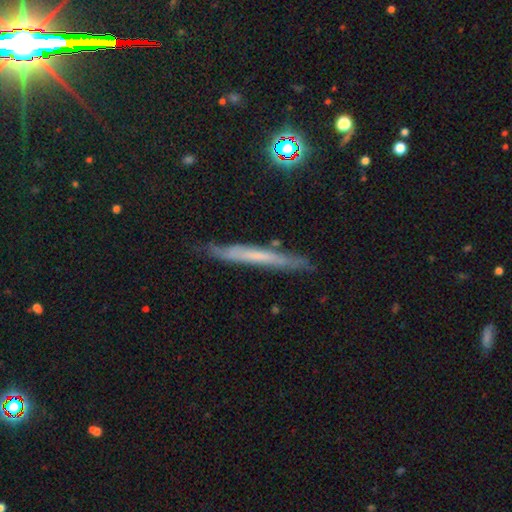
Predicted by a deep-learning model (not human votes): Smooth or featured? Predicted: featured or disk (p=0.48). Merging? Predicted: none (p=0.77).